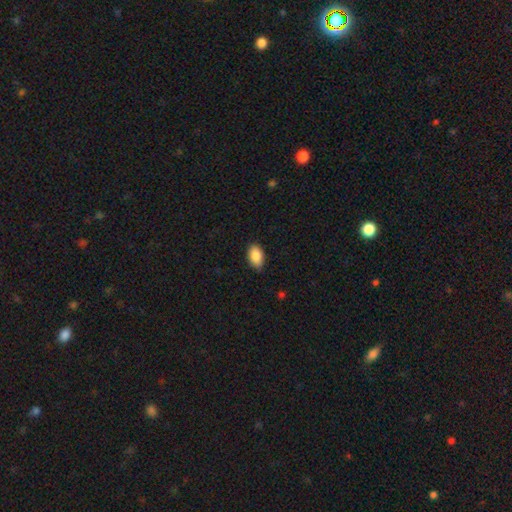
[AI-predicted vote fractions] A smooth galaxy with no disk features (88%) that is in between round and cigar-shaped (93%). Merging: none (81%).